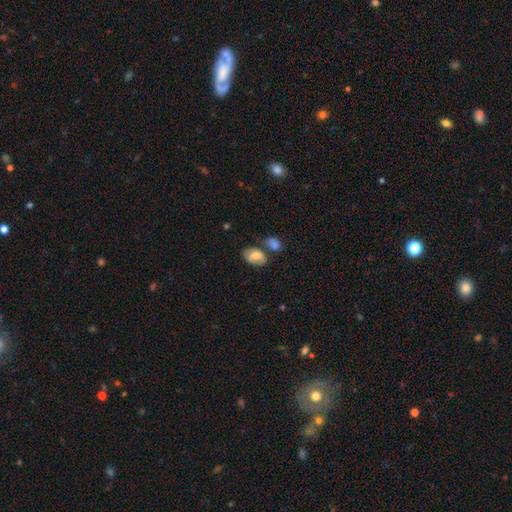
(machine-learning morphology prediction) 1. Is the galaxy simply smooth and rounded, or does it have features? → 70% smooth, 22% featured or disk, 8% star or artifact.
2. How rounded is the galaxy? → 86% in between, 12% round, 2% cigar-shaped.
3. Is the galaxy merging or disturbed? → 49% none, 23% merger, 20% minor disturbance, 7% major disturbance.